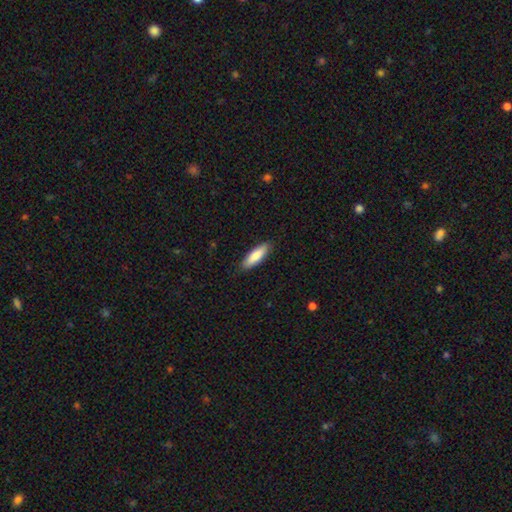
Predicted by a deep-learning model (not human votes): Q: Smooth or featured?
A: smooth (81%); runner-up: featured or disk (13%)
Q: How rounded?
A: cigar-shaped (54%); runner-up: in between (45%)
Q: Merging?
A: none (89%); runner-up: minor disturbance (8%)